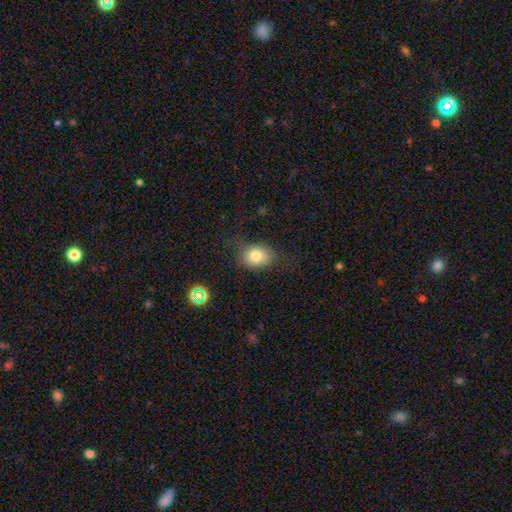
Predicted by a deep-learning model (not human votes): This is likely a smooth galaxy (78%). How rounded: possibly in between (54%). Merging: likely none (66%).